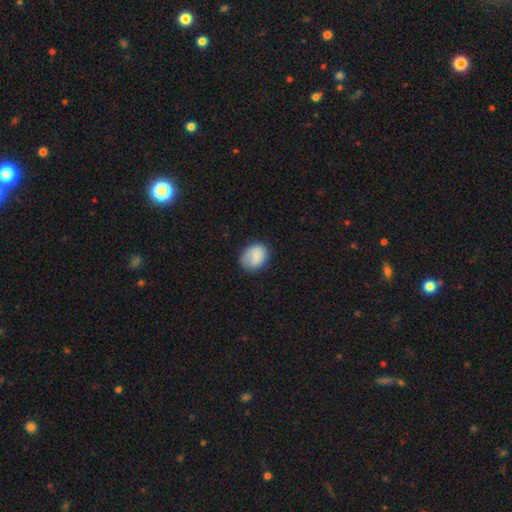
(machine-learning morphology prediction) smooth 84%, featured or disk 8%, star or artifact 8%. Down the decision tree: how rounded — round (54%); merging — none (71%).